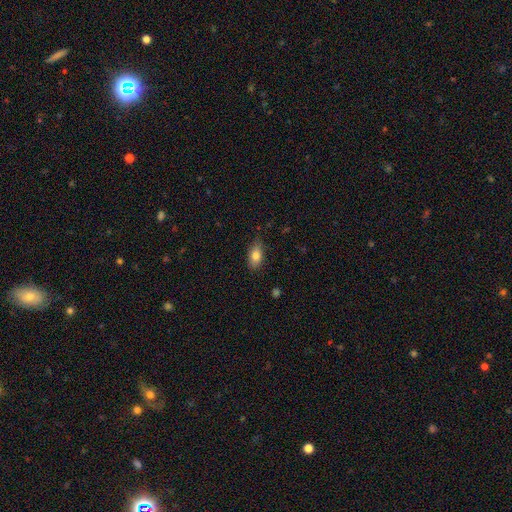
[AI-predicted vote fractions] The model was most divided on "merging": none: 80%, minor disturbance: 16%, major disturbance: 3%, merger: 1%. More confident: how rounded — in between (86%); smooth or featured — smooth (80%).